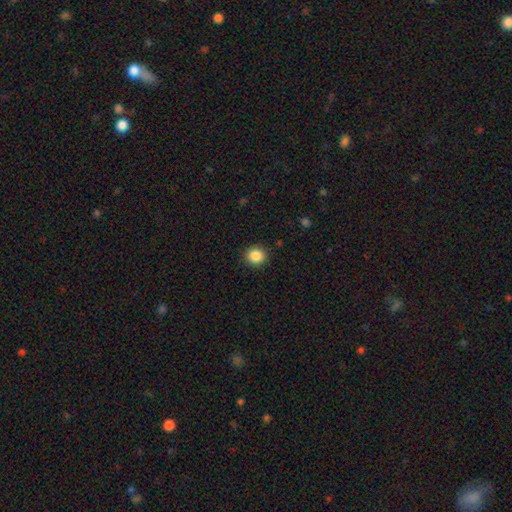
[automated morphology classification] Overall: smooth (87%). How rounded: round (90%). Merging: none (91%).